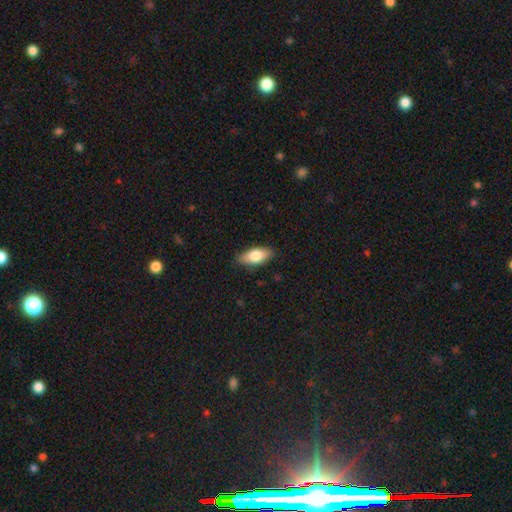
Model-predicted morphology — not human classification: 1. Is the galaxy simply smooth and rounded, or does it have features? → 75% smooth, 18% featured or disk, 6% star or artifact.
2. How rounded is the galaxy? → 83% in between, 14% cigar-shaped, 3% round.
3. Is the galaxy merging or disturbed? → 86% none, 11% minor disturbance, 2% major disturbance, 1% merger.